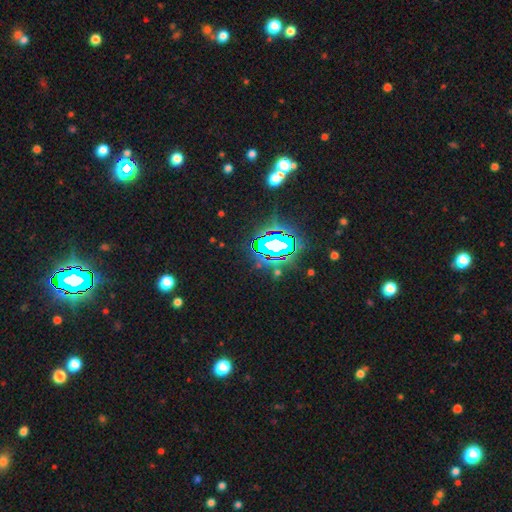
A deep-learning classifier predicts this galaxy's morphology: This is clearly a star or artifact rather than a galaxy (83%).